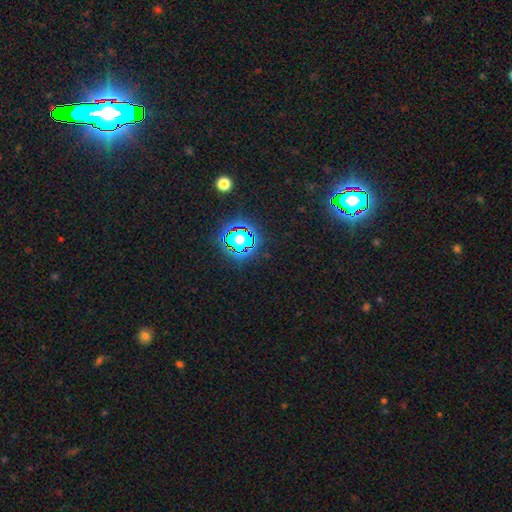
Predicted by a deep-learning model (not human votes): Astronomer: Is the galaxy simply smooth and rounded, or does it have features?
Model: star or artifact — 82%.